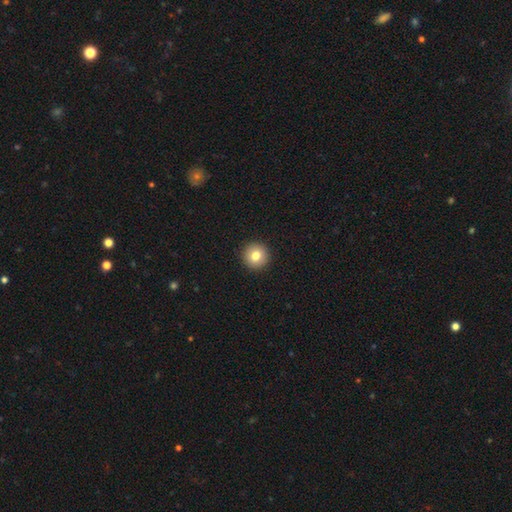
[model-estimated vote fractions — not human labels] A smooth galaxy with no disk features (79%) that is round (96%). Merging: none (93%).